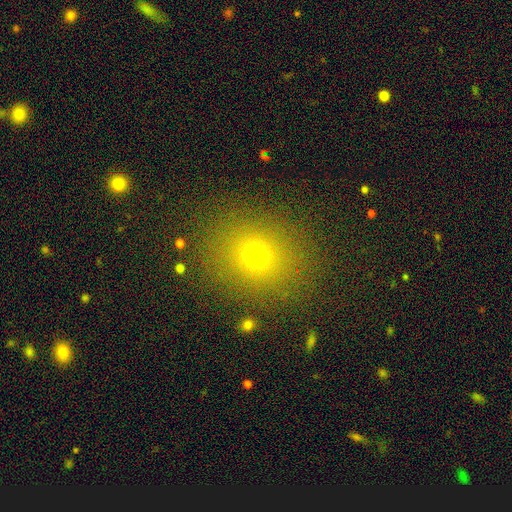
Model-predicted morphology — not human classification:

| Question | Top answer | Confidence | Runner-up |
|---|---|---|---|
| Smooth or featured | smooth | 68% | star or artifact (21%) |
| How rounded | round | 70% | in between (29%) |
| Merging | none | 85% | minor disturbance (9%) |